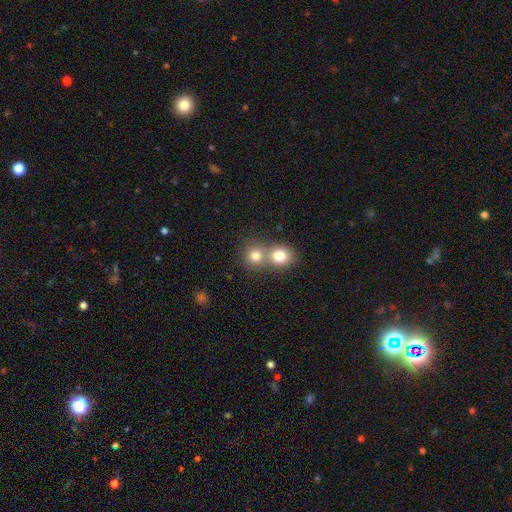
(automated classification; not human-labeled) Smooth or featured?
  - smooth: 79% *
  - star or artifact: 12%
  - featured or disk: 9%
How rounded?
  - round: 85% *
  - in between: 14%
  - cigar-shaped: 1%
Merging?
  - merger: 50% *
  - none: 42%
  - minor disturbance: 5%
  - major disturbance: 2%